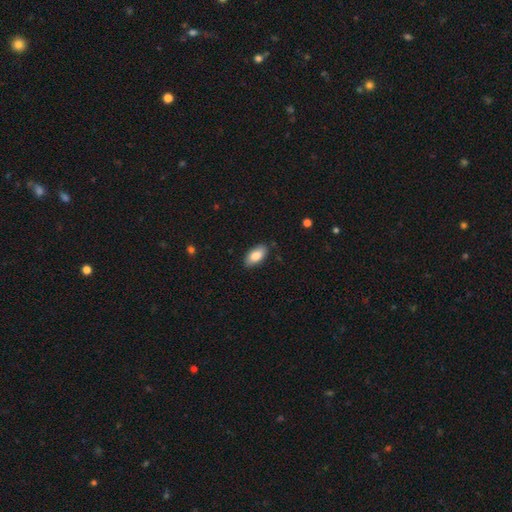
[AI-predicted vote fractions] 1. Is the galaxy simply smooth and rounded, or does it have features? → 85% smooth, 9% featured or disk, 7% star or artifact.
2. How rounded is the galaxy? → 92% in between, 5% cigar-shaped, 3% round.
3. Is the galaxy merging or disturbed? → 84% none, 12% minor disturbance, 2% major disturbance, 1% merger.